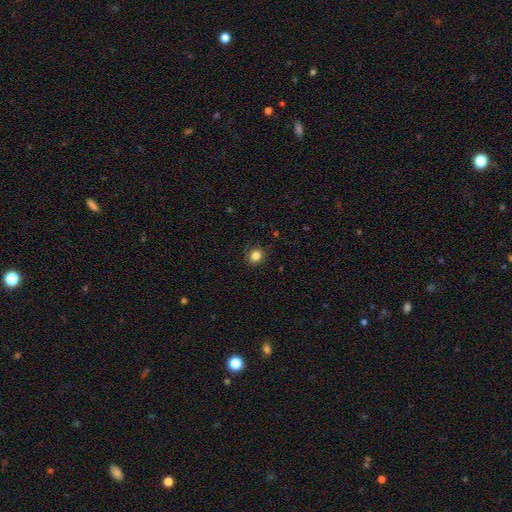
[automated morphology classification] type=smooth (85%); roundness=round (72%); merging=none (86%).